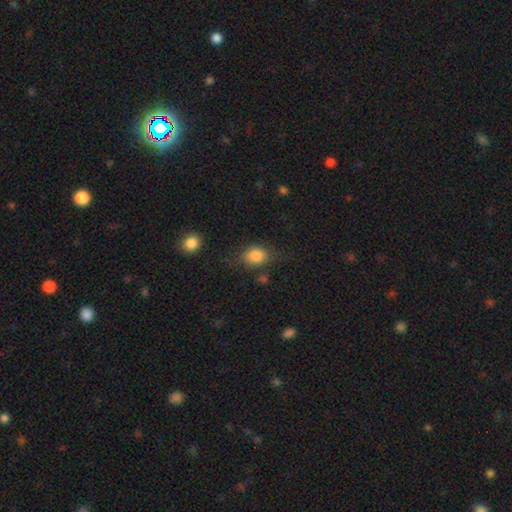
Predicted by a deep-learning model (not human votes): Smooth or featured?
  - smooth: 84% *
  - star or artifact: 9%
  - featured or disk: 6%
How rounded?
  - in between: 57% *
  - round: 42%
  - cigar-shaped: 1%
Merging?
  - none: 68% *
  - minor disturbance: 20%
  - major disturbance: 8%
  - merger: 4%